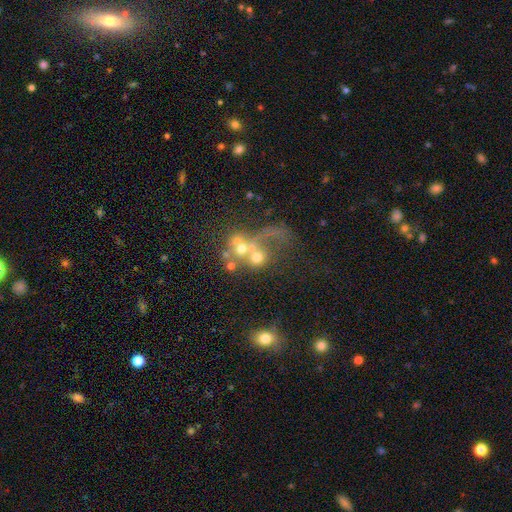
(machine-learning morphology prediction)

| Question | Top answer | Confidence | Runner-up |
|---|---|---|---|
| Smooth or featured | featured or disk | 49% | smooth (31%) |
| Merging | merger | 50% | major disturbance (24%) |